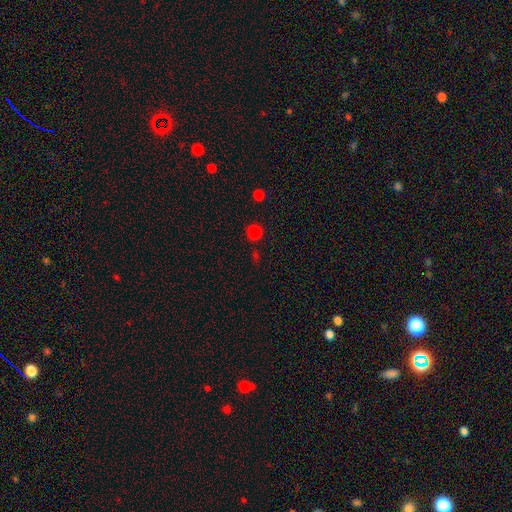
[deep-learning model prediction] Smooth or featured? Predicted: smooth (p=0.69). How rounded? Predicted: round (p=0.89). Merging? Predicted: none (p=0.87).